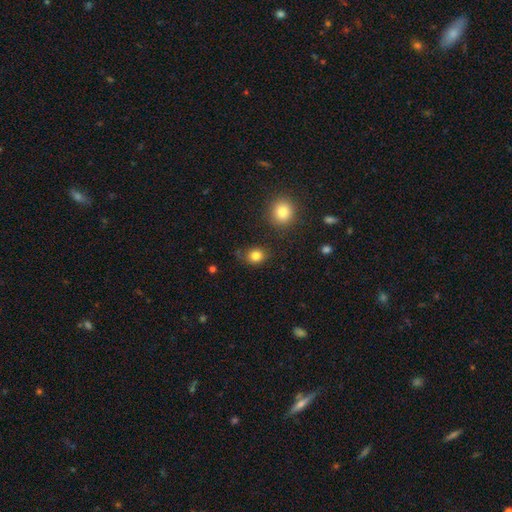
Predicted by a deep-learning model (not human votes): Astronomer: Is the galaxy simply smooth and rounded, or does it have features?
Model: smooth — 83%.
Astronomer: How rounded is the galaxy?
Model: round — 66%.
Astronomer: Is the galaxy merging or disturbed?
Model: none — 76%.